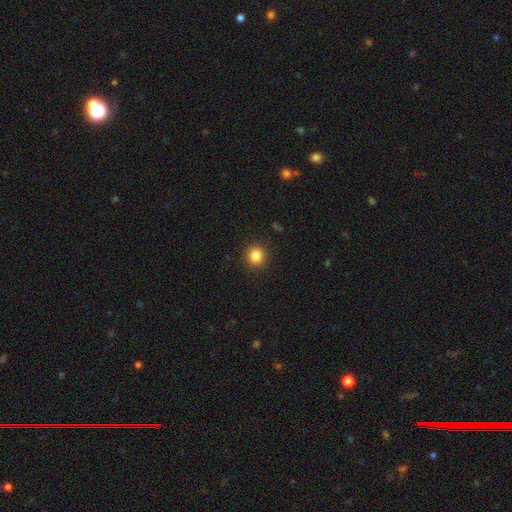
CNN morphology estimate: A smooth galaxy with no disk features (84%) that is round (94%).

Vote fractions:
- Smooth or featured? smooth: 84% / star or artifact: 11% / featured or disk: 5%
- How rounded? round: 94% / in between: 6% / cigar-shaped: 1%
- Merging? none: 92% / minor disturbance: 5% / major disturbance: 2% / merger: 1%